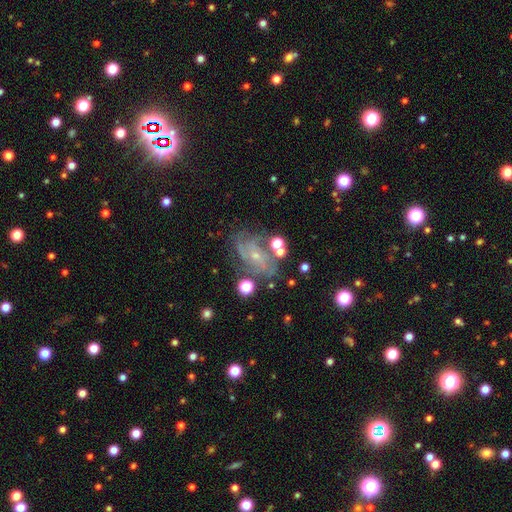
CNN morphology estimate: Q: Smooth or featured?
A: featured or disk (75%); runner-up: star or artifact (12%)
Q: Edge-on disk?
A: no (96%); runner-up: yes (4%)
Q: Bar?
A: no (62%); runner-up: weak (30%)
Q: Spiral arms?
A: yes (91%); runner-up: no (9%)
Q: Spiral winding?
A: tight (50%); runner-up: medium (36%)
Q: Spiral arm count?
A: can't tell (37%); runner-up: 2 (23%)
Q: Bulge size?
A: small (78%); runner-up: moderate (17%)
Q: Merging?
A: none (64%); runner-up: minor disturbance (19%)